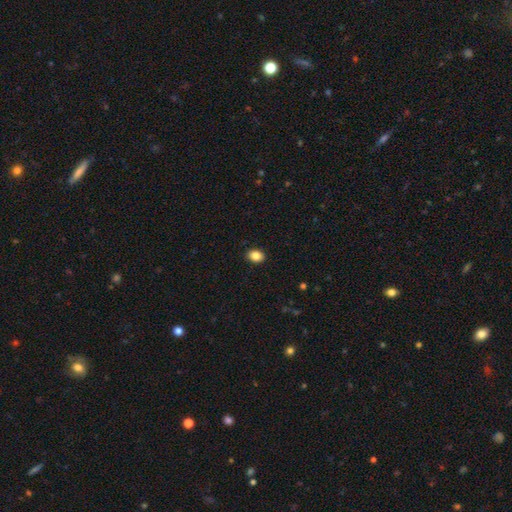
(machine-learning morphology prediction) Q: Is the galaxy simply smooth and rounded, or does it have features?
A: smooth — 86%.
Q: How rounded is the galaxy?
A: in between — 69%.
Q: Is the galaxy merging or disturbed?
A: none — 90%.